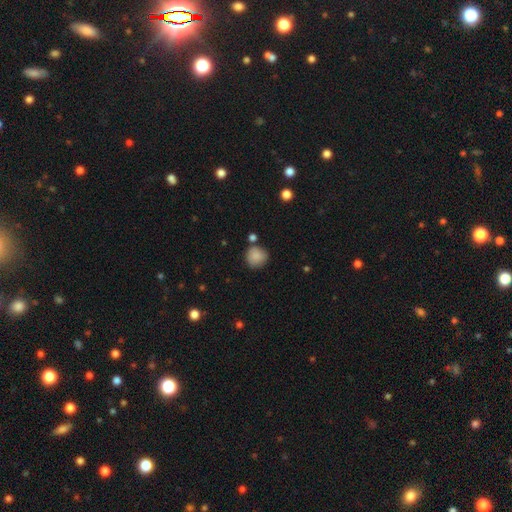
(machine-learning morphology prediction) Smooth or featured: smooth — 86% (star or artifact — 8%)
How rounded: round — 89% (in between — 10%)
Merging: none — 71% (minor disturbance — 16%)